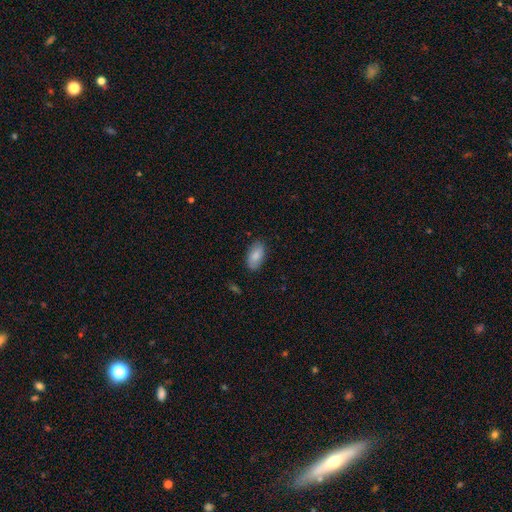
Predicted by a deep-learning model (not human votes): Overall: smooth (83%). How rounded: in between (94%). Merging: none (83%).